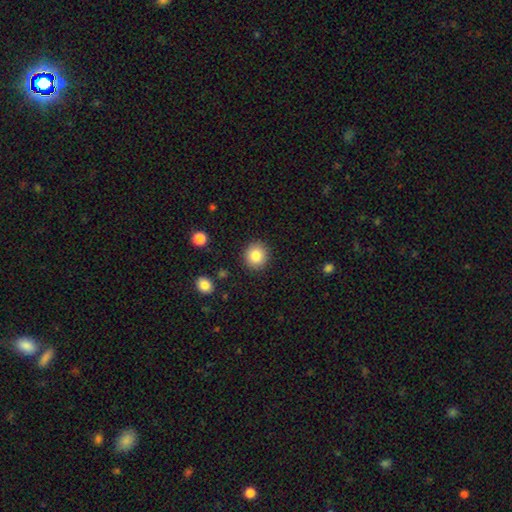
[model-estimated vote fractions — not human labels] smooth_or_featured: smooth (p=0.84) [alt: star or artifact p=0.09]
how_rounded: round (p=0.89) [alt: in between p=0.10]
merging: none (p=0.90) [alt: minor disturbance p=0.06]